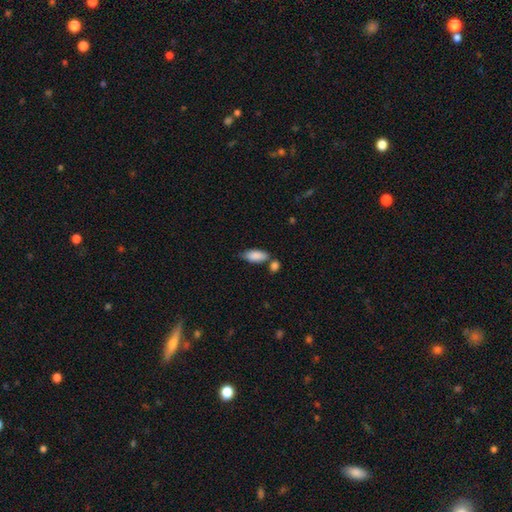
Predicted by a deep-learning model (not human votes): Q: Smooth or featured?
A: smooth (87%); runner-up: featured or disk (7%)
Q: How rounded?
A: in between (86%); runner-up: cigar-shaped (12%)
Q: Merging?
A: none (56%); runner-up: minor disturbance (21%)